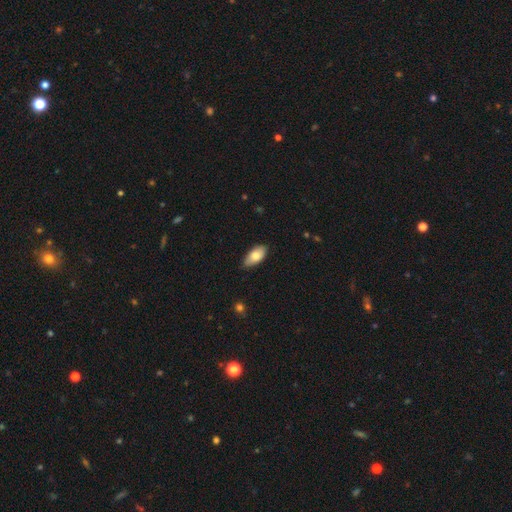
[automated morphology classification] smooth_or_featured: smooth (p=0.78) [alt: featured or disk p=0.16]
how_rounded: in between (p=0.92) [alt: cigar-shaped p=0.06]
merging: none (p=0.79) [alt: minor disturbance p=0.18]